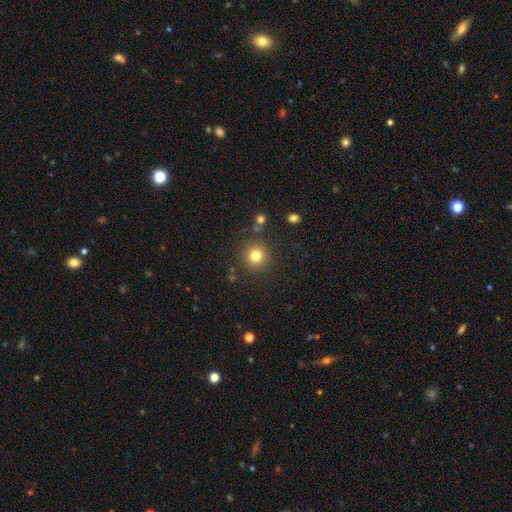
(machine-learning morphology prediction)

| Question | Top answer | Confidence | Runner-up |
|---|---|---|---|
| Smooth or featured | smooth | 79% | star or artifact (14%) |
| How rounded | round | 94% | in between (5%) |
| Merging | none | 87% | minor disturbance (7%) |